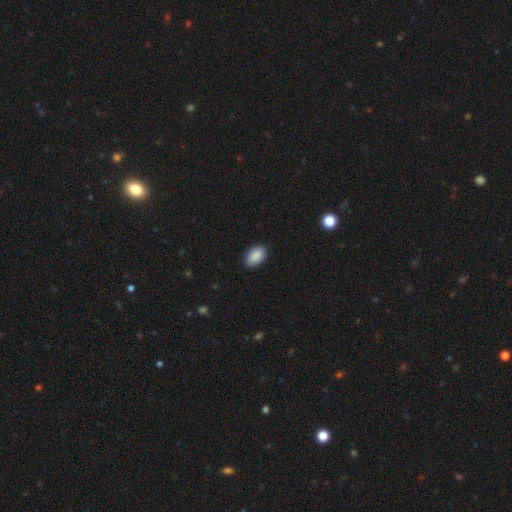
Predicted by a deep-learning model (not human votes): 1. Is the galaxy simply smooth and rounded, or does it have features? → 90% smooth, 7% star or artifact, 4% featured or disk.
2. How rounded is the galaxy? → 93% in between, 6% round, 1% cigar-shaped.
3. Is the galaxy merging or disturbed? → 87% none, 10% minor disturbance, 2% major disturbance, 1% merger.